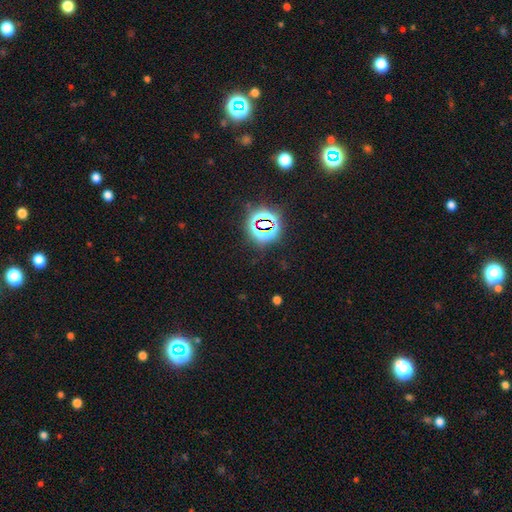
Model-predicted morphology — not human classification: A star or artifact, not a galaxy (78%).